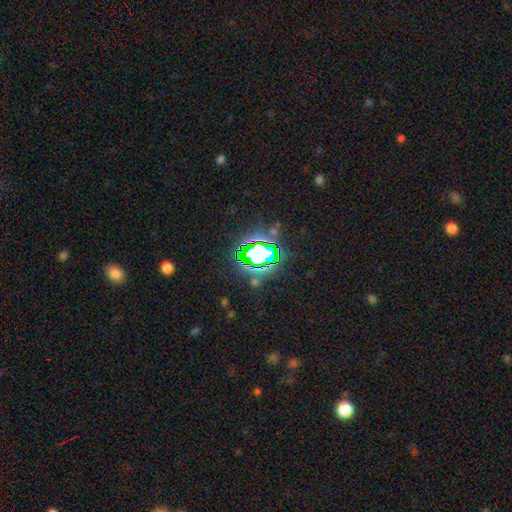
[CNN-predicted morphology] type=star or artifact (71%).